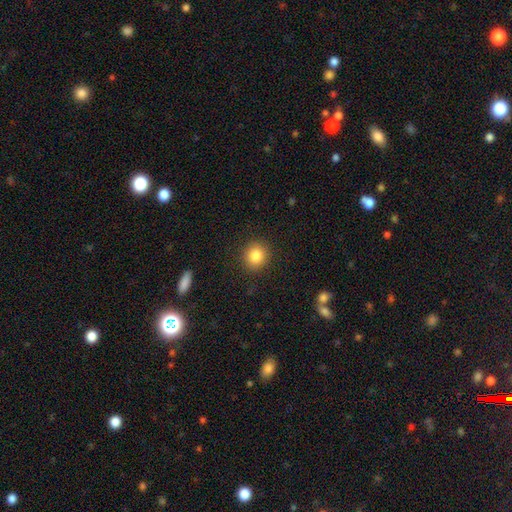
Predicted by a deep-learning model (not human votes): Smooth or featured?
  - smooth: 84% *
  - star or artifact: 10%
  - featured or disk: 6%
How rounded?
  - round: 83% *
  - in between: 16%
  - cigar-shaped: 1%
Merging?
  - none: 90% *
  - minor disturbance: 7%
  - major disturbance: 2%
  - merger: 1%